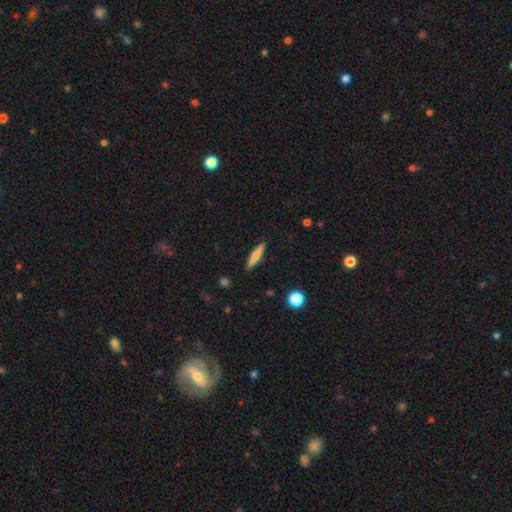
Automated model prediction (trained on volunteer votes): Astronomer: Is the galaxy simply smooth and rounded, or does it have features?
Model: smooth — 75%.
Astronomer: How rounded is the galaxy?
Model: cigar-shaped — 89%.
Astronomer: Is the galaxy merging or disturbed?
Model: none — 90%.